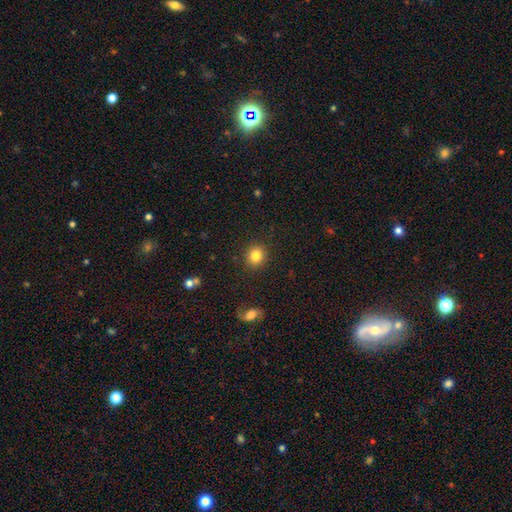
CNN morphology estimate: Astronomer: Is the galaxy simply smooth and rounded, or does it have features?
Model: smooth — 83%.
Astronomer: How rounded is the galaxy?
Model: round — 84%.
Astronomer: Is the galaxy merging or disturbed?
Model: none — 90%.